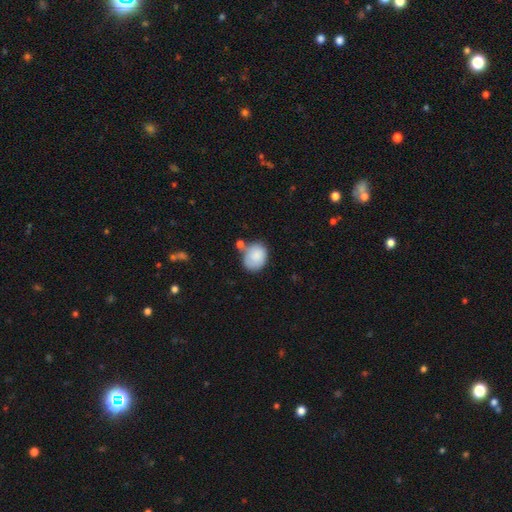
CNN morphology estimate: Smooth or featured? smooth (86%)
How rounded? in between (55%)
Merging? none (56%)